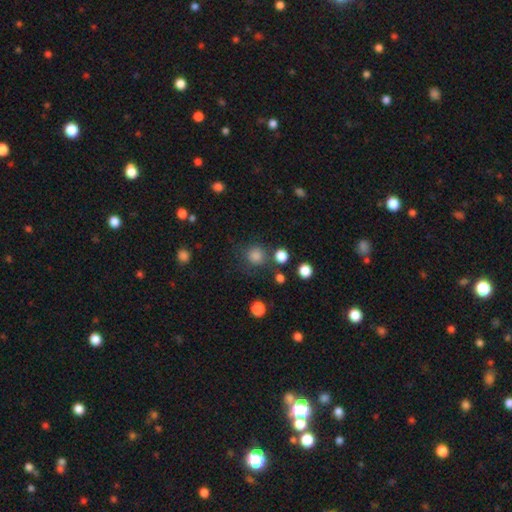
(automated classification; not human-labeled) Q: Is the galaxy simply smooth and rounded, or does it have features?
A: smooth — 79%.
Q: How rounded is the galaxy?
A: round — 93%.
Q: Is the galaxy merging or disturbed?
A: none — 79%.